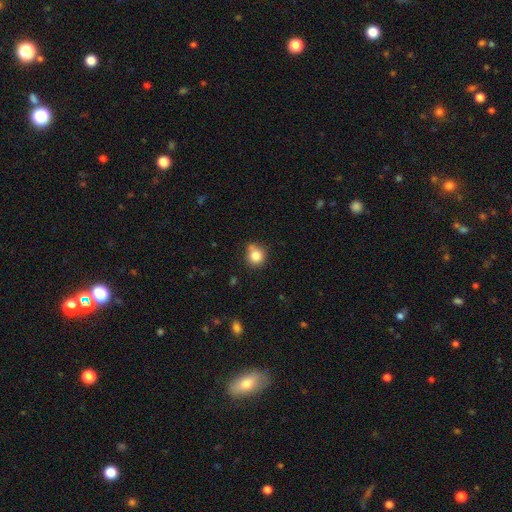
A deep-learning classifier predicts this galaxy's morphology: A smooth galaxy with no disk features (82%) that is round (86%).

Vote fractions:
- Smooth or featured? smooth: 82% / star or artifact: 11% / featured or disk: 8%
- How rounded? round: 86% / in between: 13% / cigar-shaped: 1%
- Merging? none: 64% / minor disturbance: 23% / merger: 8% / major disturbance: 5%